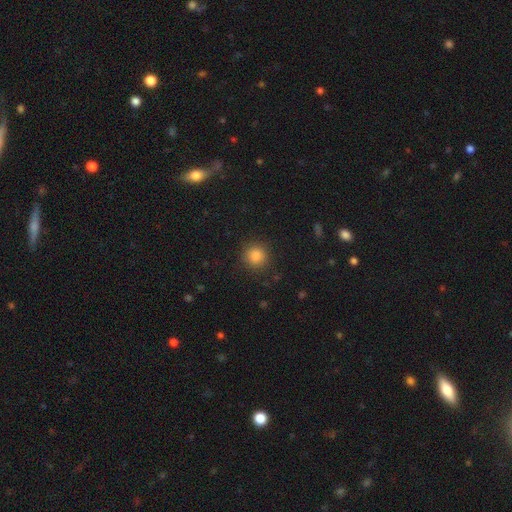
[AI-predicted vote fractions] Smooth or featured? Predicted: smooth (p=0.85). How rounded? Predicted: round (p=0.93). Merging? Predicted: none (p=0.89).